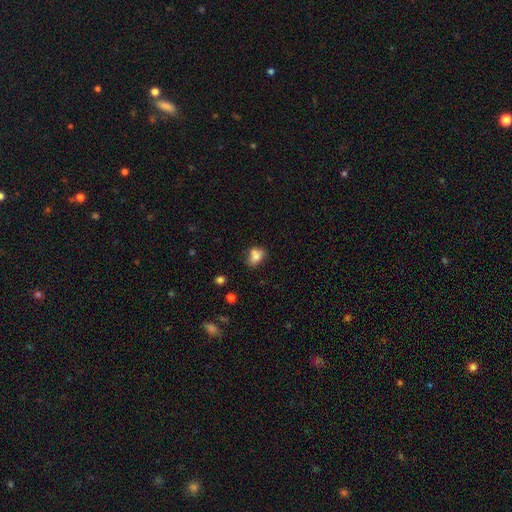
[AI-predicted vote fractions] smooth 75%, featured or disk 15%, star or artifact 11%. Down the decision tree: how rounded — in between (63%); merging — none (45%).